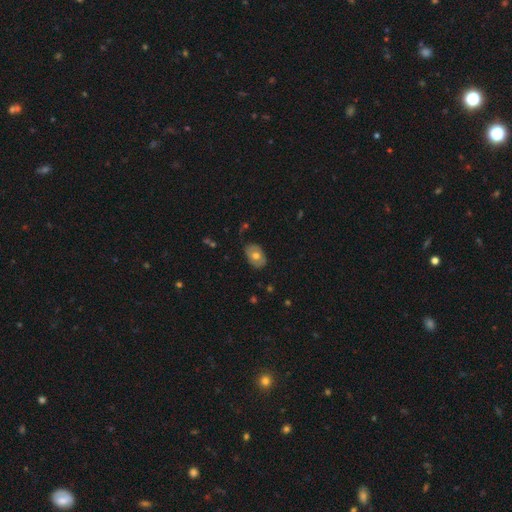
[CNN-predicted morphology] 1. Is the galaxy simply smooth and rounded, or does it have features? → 59% smooth, 34% featured or disk, 7% star or artifact.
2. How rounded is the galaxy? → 82% in between, 17% round, 1% cigar-shaped.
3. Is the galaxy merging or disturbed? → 77% none, 18% minor disturbance, 3% major disturbance, 1% merger.